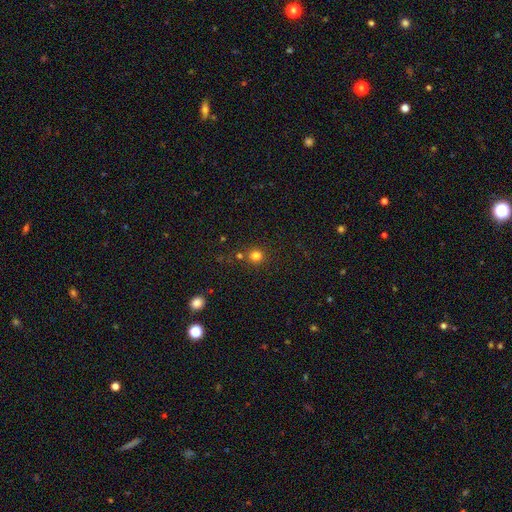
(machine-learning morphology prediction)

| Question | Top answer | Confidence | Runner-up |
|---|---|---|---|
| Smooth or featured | smooth | 79% | star or artifact (16%) |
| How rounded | round | 88% | in between (11%) |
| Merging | none | 76% | merger (12%) |